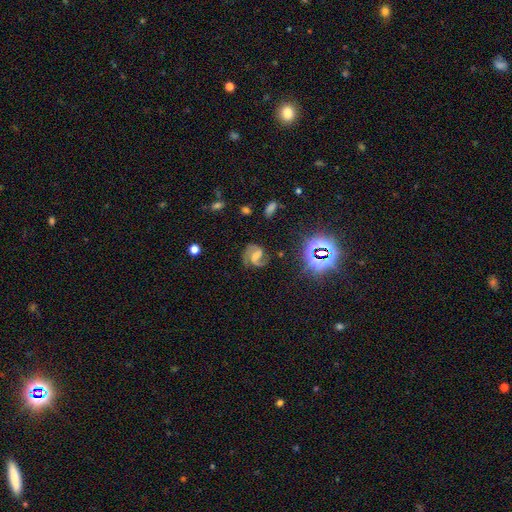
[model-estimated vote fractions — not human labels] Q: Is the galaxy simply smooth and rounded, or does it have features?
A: featured or disk — 74%.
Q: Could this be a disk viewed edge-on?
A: no — 98%.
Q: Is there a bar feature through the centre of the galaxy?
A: weak — 45%.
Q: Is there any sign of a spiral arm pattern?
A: yes — 96%.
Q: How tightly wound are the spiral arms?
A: medium — 57%.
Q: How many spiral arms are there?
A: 2 — 89%.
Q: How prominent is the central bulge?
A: moderate — 41%.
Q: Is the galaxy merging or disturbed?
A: none — 75%.